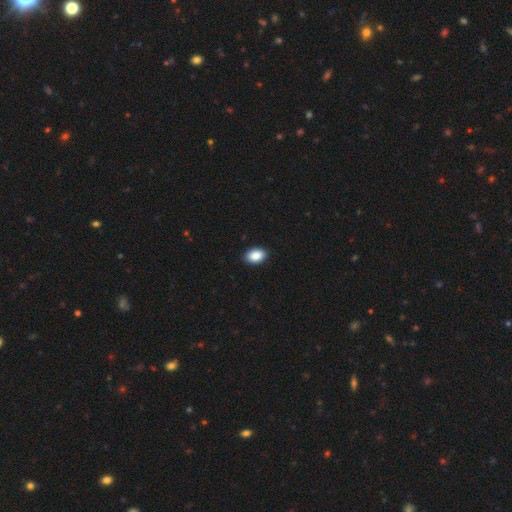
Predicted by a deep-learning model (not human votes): Smooth or featured? smooth (90%)
How rounded? in between (88%)
Merging? none (91%)